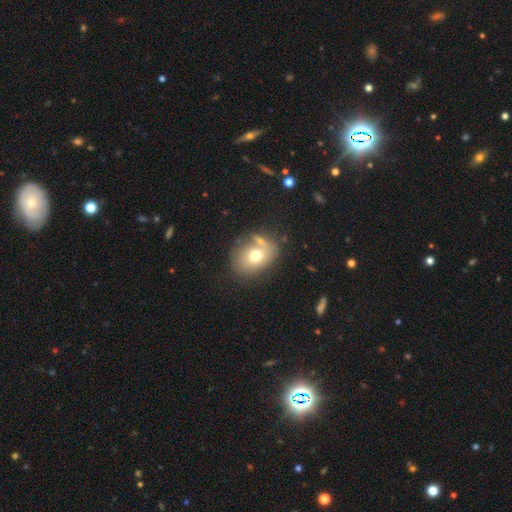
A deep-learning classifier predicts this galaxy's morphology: A smooth galaxy with no disk features (67%) that is in between round and cigar-shaped (57%).

Vote fractions:
- Smooth or featured? smooth: 67% / featured or disk: 22% / star or artifact: 10%
- How rounded? in between: 57% / round: 41% / cigar-shaped: 1%
- Merging? none: 56% / minor disturbance: 19% / merger: 17% / major disturbance: 9%